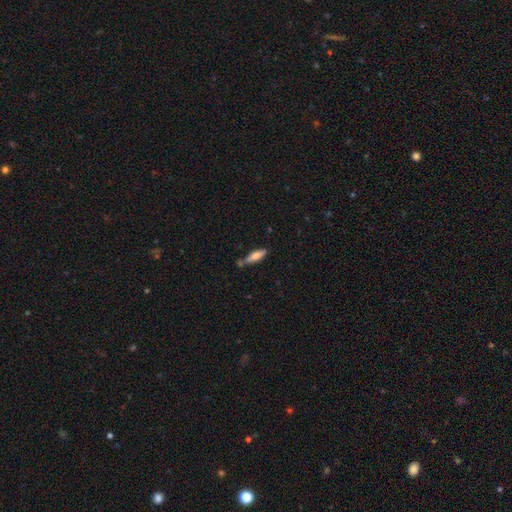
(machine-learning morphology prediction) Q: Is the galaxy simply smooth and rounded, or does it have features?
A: smooth — 65%.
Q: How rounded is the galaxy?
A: cigar-shaped — 68%.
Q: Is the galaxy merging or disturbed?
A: none — 59%.